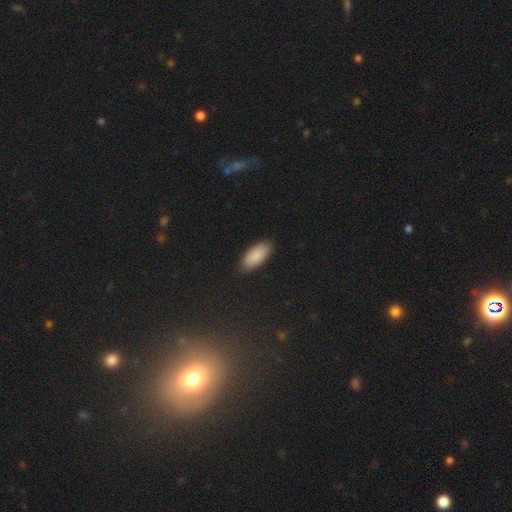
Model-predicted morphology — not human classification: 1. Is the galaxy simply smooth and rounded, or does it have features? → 88% smooth, 7% star or artifact, 5% featured or disk.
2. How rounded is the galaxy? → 89% in between, 10% cigar-shaped, 2% round.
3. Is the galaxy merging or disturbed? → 86% none, 11% minor disturbance, 2% major disturbance, 1% merger.